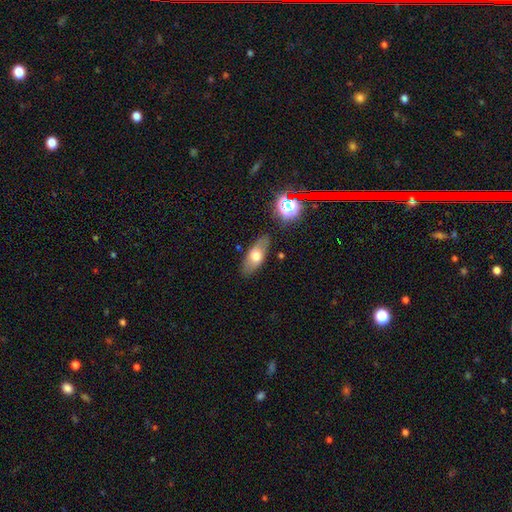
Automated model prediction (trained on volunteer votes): Smooth or featured?
  - smooth: 65% *
  - featured or disk: 27%
  - star or artifact: 8%
How rounded?
  - in between: 82% *
  - cigar-shaped: 13%
  - round: 5%
Merging?
  - none: 81% *
  - minor disturbance: 13%
  - major disturbance: 3%
  - merger: 3%